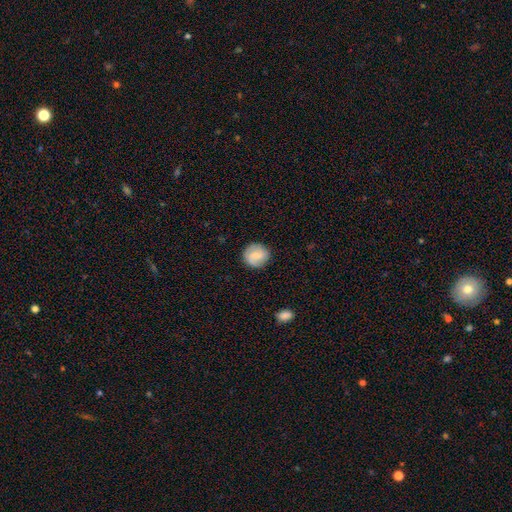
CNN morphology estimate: A smooth galaxy with no disk features (69%) that is round (89%). Merging: none (86%).